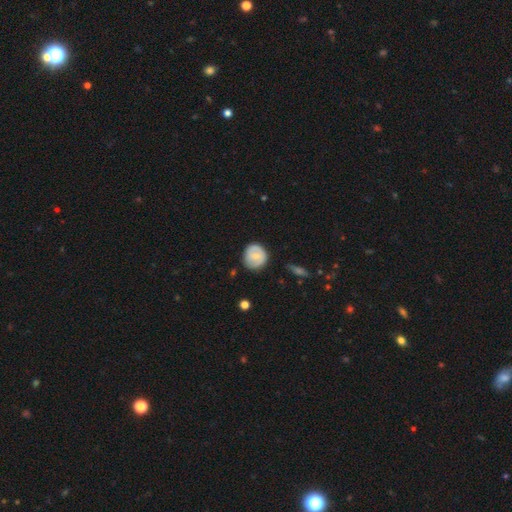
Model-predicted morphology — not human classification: type=smooth (55%); roundness=round (84%); merging=none (74%).